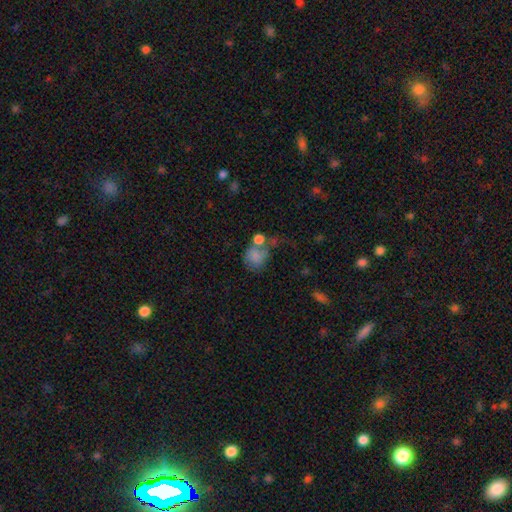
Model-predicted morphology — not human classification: Overall: smooth (75%). How rounded: round (69%; in between 30%). Merging: merger (37%; none 28%).